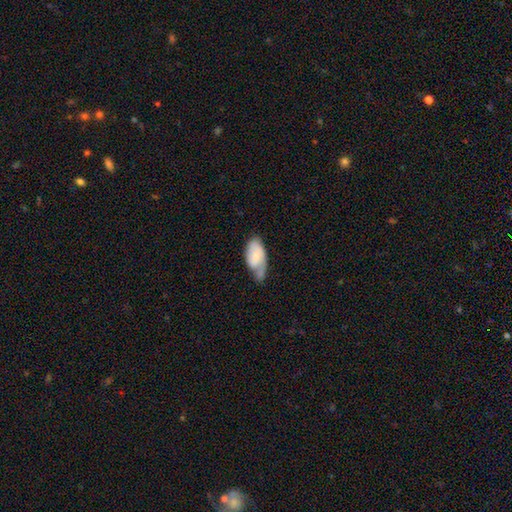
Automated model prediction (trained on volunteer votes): The model was most divided on "merging": minor disturbance: 41%, none: 36%, major disturbance: 17%, merger: 6%. More confident: how rounded — in between (93%); smooth or featured — smooth (57%).